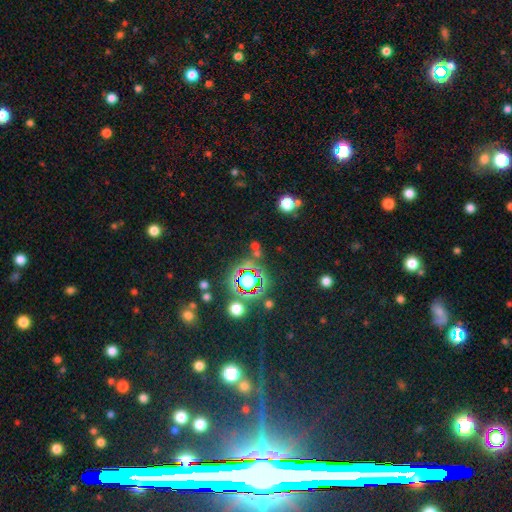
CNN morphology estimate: smooth-or-featured: star or artifact: 72% | smooth: 18% | featured or disk: 10%